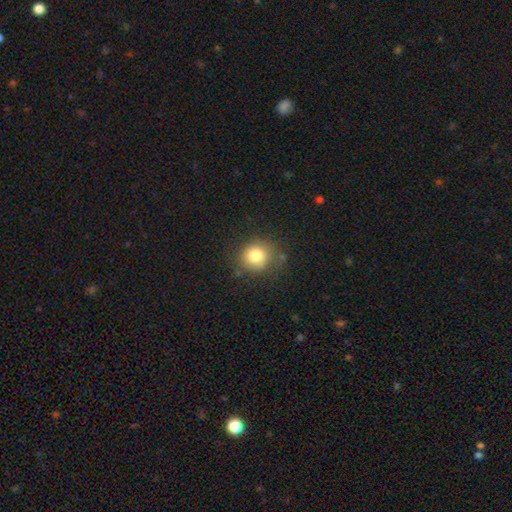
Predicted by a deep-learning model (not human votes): Smooth or featured?
  - smooth: 80% *
  - star or artifact: 11%
  - featured or disk: 9%
How rounded?
  - round: 84% *
  - in between: 15%
  - cigar-shaped: 1%
Merging?
  - none: 76% *
  - minor disturbance: 16%
  - major disturbance: 5%
  - merger: 3%